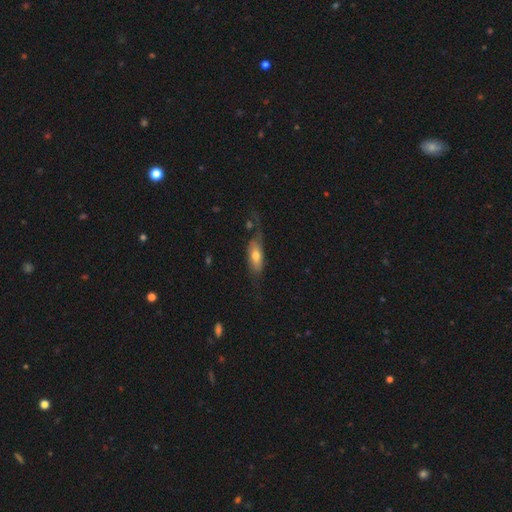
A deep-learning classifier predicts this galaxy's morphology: smooth-or-featured: smooth: 57% | featured or disk: 36% | star or artifact: 6%
  how-rounded: in between: 74% | cigar-shaped: 22% | round: 4%
  merging: none: 40% | major disturbance: 32% | minor disturbance: 24% | merger: 4%